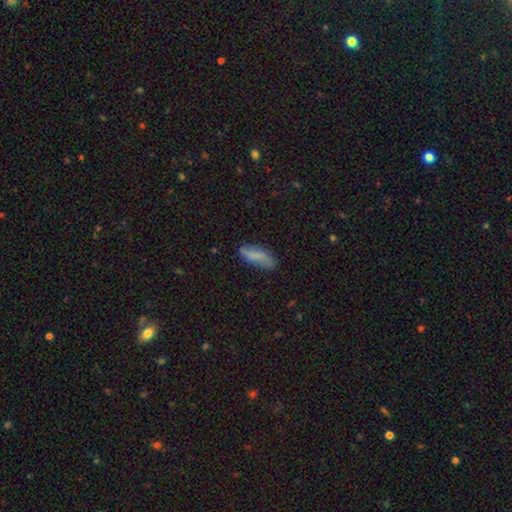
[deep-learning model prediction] This appears to be a smooth galaxy with no disk features (68%) that is in between round and cigar-shaped (60%). Merging: none (67%).